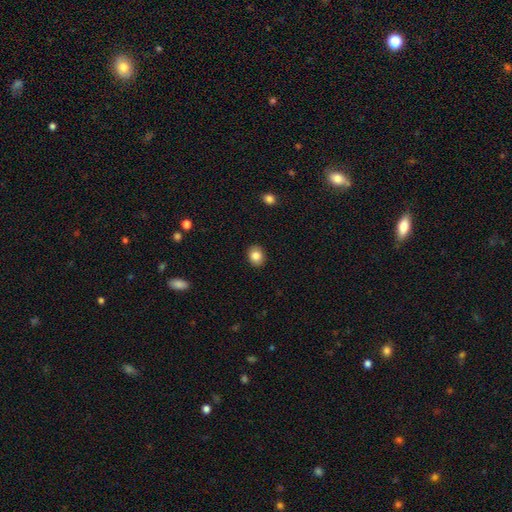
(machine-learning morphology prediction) smooth-or-featured: smooth: 85% | star or artifact: 9% | featured or disk: 6%
  how-rounded: round: 56% | in between: 43% | cigar-shaped: 1%
  merging: none: 90% | minor disturbance: 7% | major disturbance: 2% | merger: 1%